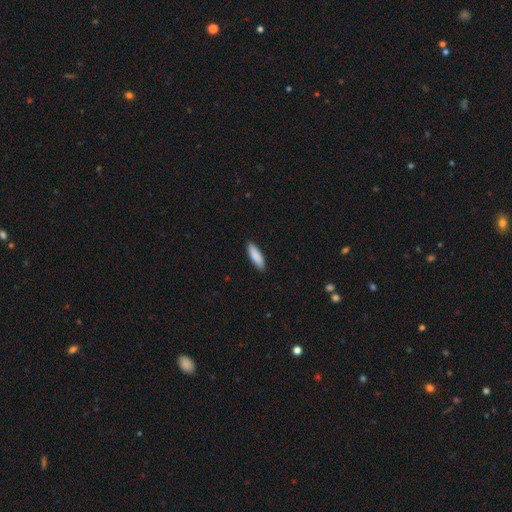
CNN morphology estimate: smooth_or_featured: smooth (p=0.88) [alt: featured or disk p=0.06]
how_rounded: cigar-shaped (p=0.59) [alt: in between p=0.40]
merging: none (p=0.89) [alt: minor disturbance p=0.08]